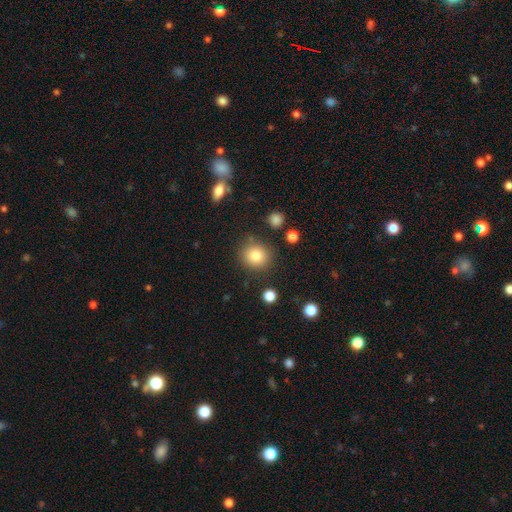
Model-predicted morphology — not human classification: A smooth galaxy with no disk features (82%) that is round (86%). Merging: none (85%).